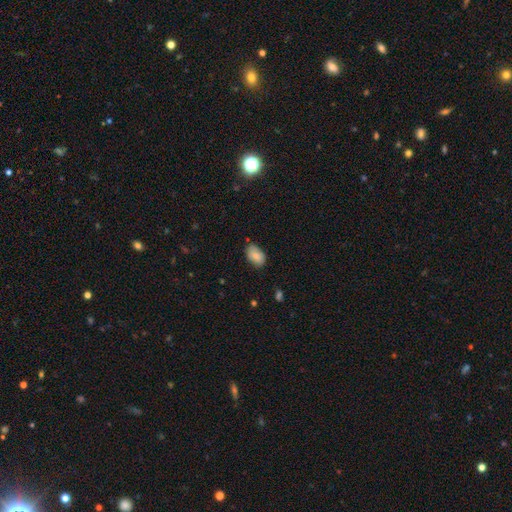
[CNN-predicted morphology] smooth_or_featured: smooth (p=0.82) [alt: featured or disk p=0.11]
how_rounded: in between (p=0.90) [alt: round p=0.09]
merging: none (p=0.73) [alt: minor disturbance p=0.22]